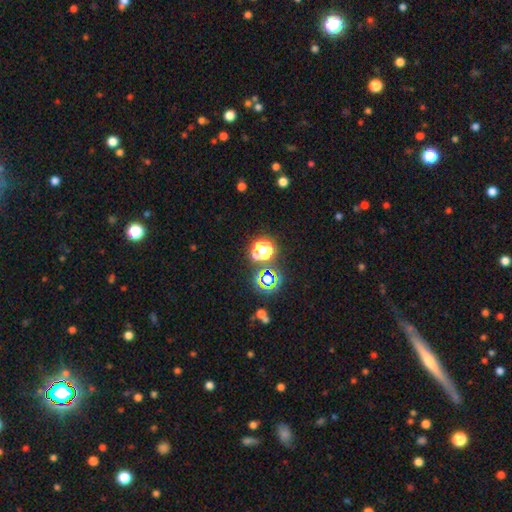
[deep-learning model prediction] The model was most divided on "smooth or featured": star or artifact: 69%, smooth: 22%, featured or disk: 8%.